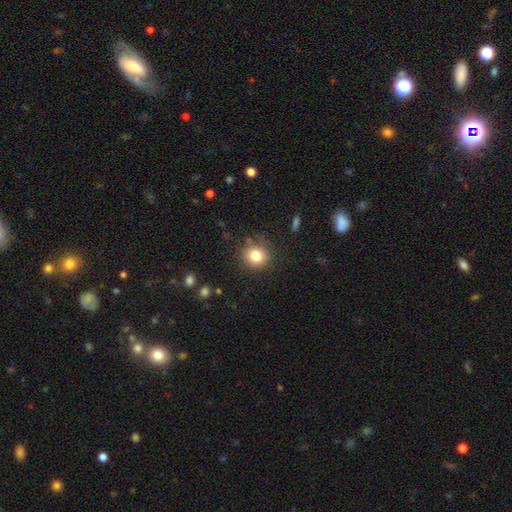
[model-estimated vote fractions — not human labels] Q: Smooth or featured?
A: smooth (81%); runner-up: star or artifact (12%)
Q: How rounded?
A: round (86%); runner-up: in between (13%)
Q: Merging?
A: none (84%); runner-up: minor disturbance (11%)